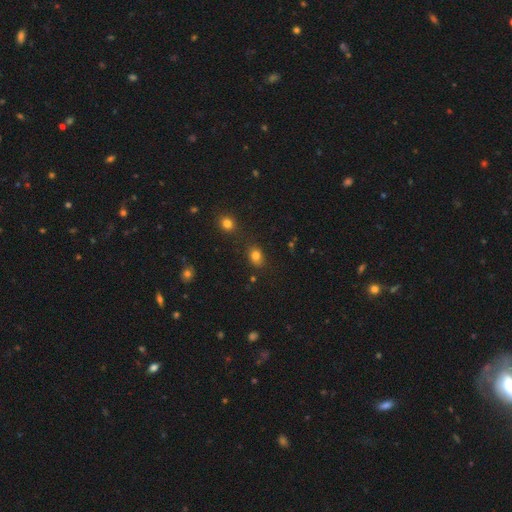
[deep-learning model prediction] A smooth galaxy with no disk features (79%) that is in between round and cigar-shaped (57%). Merging: none (75%).